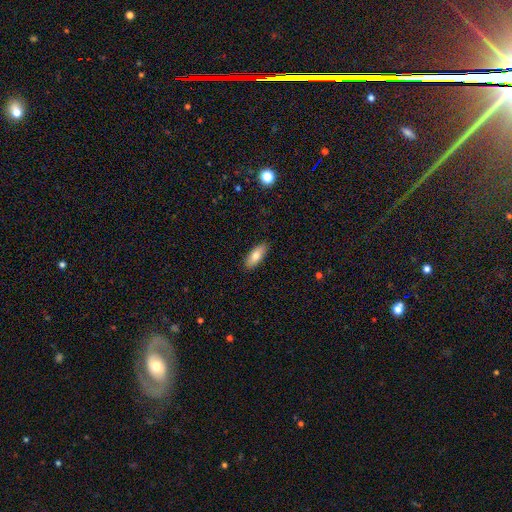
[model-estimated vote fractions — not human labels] Smooth or featured: smooth — 80% (featured or disk — 14%)
How rounded: in between — 78% (cigar-shaped — 19%)
Merging: none — 88% (minor disturbance — 9%)